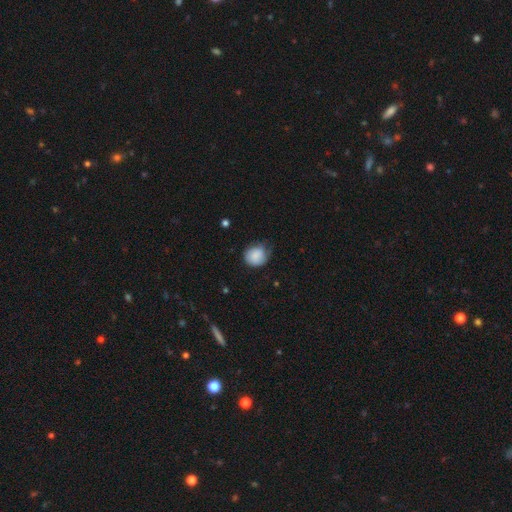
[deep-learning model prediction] Smooth or featured? smooth (80%)
How rounded? round (77%)
Merging? none (52%)